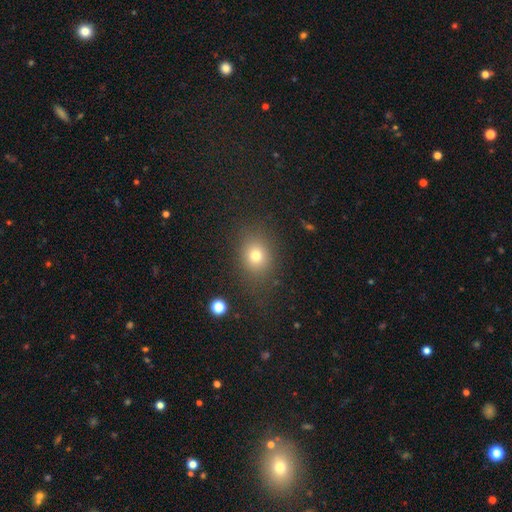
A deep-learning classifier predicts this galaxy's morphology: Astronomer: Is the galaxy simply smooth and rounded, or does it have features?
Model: smooth — 75%.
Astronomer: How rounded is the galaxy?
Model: round — 57% (runner-up: in between, 42%).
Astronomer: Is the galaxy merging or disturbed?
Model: none — 79%.